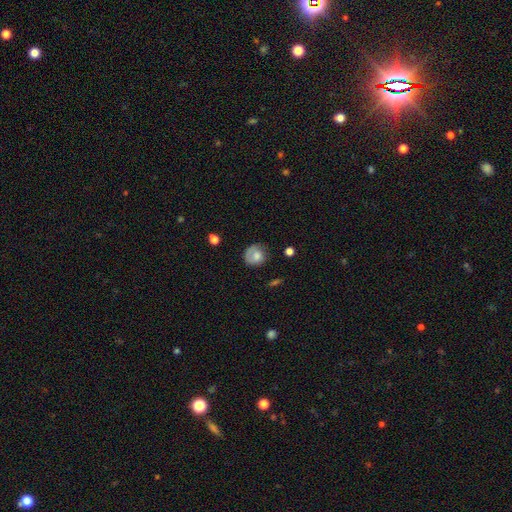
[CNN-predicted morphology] A smooth galaxy with no disk features (72%) that is round (79%).

Vote fractions:
- Smooth or featured? smooth: 72% / featured or disk: 19% / star or artifact: 8%
- How rounded? round: 79% / in between: 20% / cigar-shaped: 1%
- Merging? none: 58% / minor disturbance: 26% / major disturbance: 14% / merger: 2%